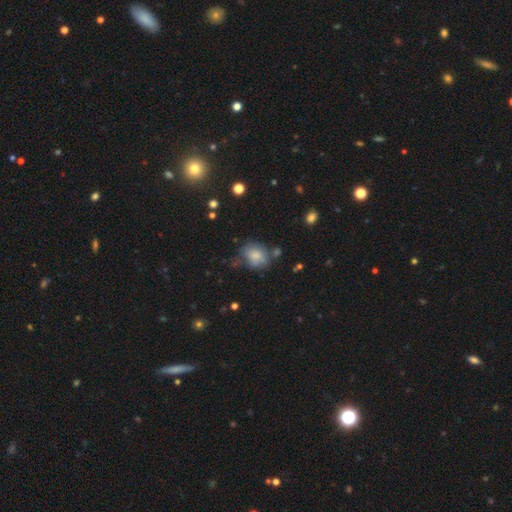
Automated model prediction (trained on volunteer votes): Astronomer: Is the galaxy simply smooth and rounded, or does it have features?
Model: smooth — 76%.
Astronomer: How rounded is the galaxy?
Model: in between — 52% (runner-up: round, 47%).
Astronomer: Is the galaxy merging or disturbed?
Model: none — 51% (runner-up: minor disturbance, 28%).